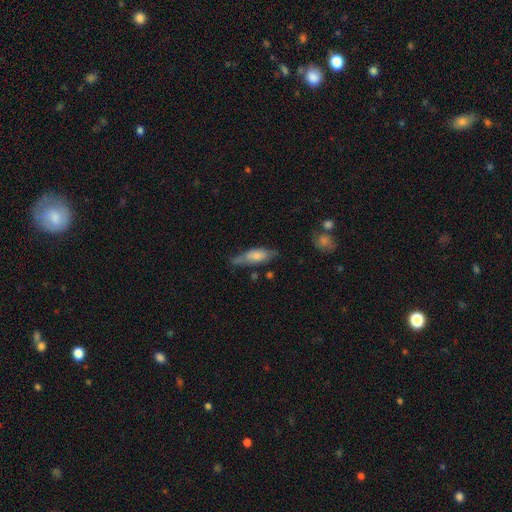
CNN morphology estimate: smooth_or_featured: smooth (p=0.65) [alt: featured or disk p=0.29]
how_rounded: in between (p=0.53) [alt: cigar-shaped p=0.45]
merging: none (p=0.58) [alt: minor disturbance p=0.30]